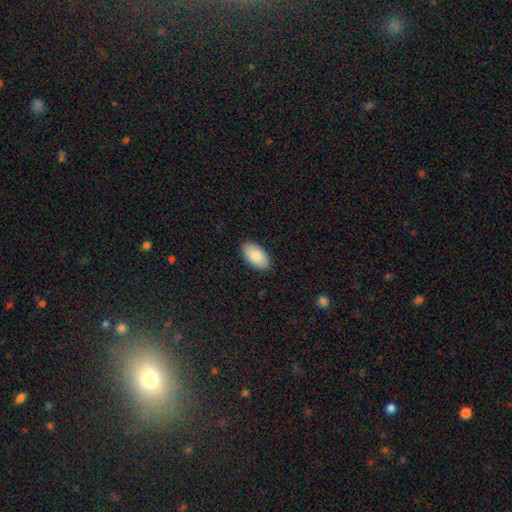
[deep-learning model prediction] A smooth galaxy with no disk features (88%) that is in between round and cigar-shaped (96%).

Vote fractions:
- Smooth or featured? smooth: 88% / featured or disk: 6% / star or artifact: 6%
- How rounded? in between: 96% / round: 3% / cigar-shaped: 2%
- Merging? none: 88% / minor disturbance: 9% / major disturbance: 2% / merger: 1%